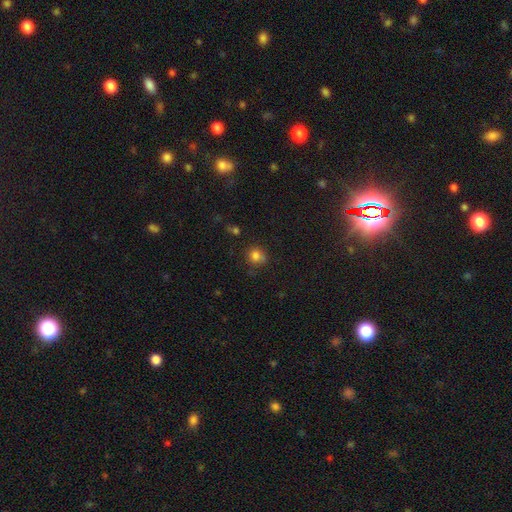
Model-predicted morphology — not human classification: smooth_or_featured: smooth (p=0.80) [alt: star or artifact p=0.13]
how_rounded: round (p=0.83) [alt: in between p=0.16]
merging: none (p=0.68) [alt: minor disturbance p=0.20]